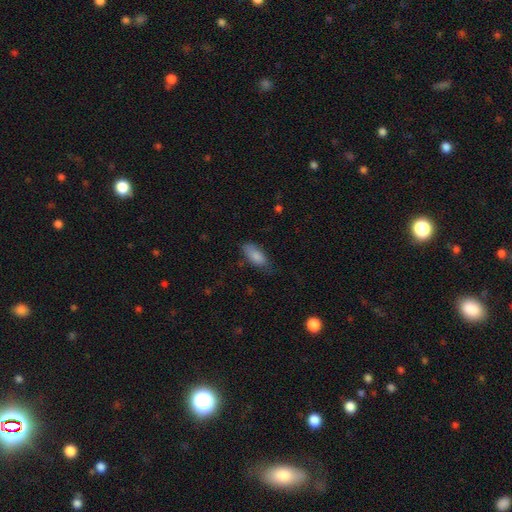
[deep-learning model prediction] This appears to be a smooth galaxy with no disk features (85%) that is in between round and cigar-shaped (85%). Merging: none (69%).